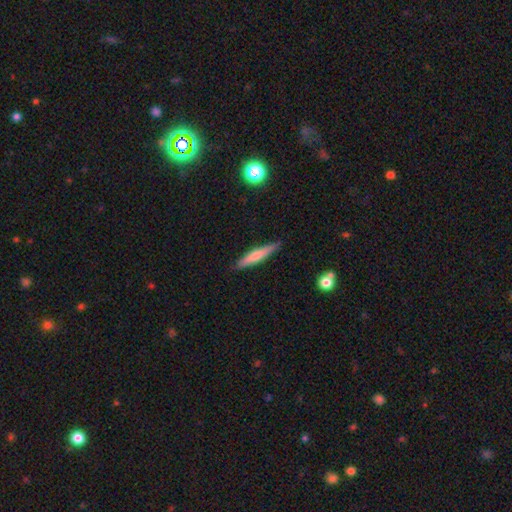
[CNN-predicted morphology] The model was most divided on "smooth or featured": smooth: 60%, featured or disk: 34%, star or artifact: 6%. More confident: how rounded — cigar-shaped (90%); merging — none (88%).